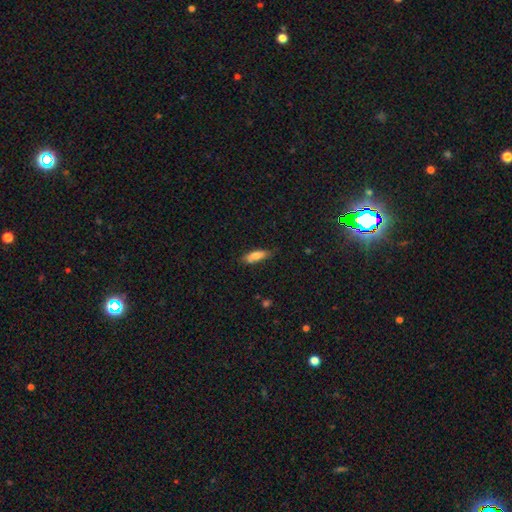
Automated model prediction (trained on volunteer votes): Smooth or featured? smooth (77%)
How rounded? in between (52%)
Merging? none (70%)